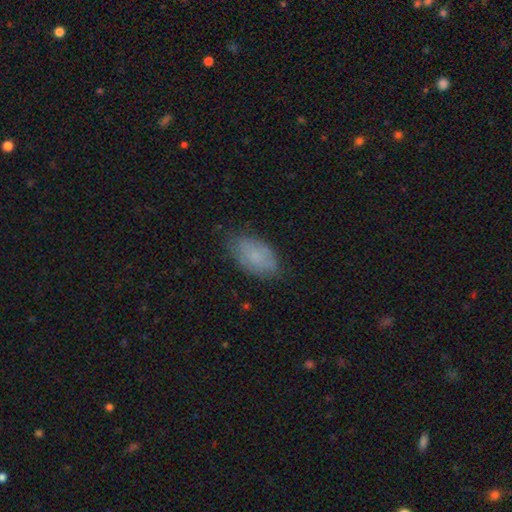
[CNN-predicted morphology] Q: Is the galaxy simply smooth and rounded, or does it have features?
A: smooth — 72%.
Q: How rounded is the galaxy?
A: in between — 93%.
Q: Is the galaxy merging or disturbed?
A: none — 75%.